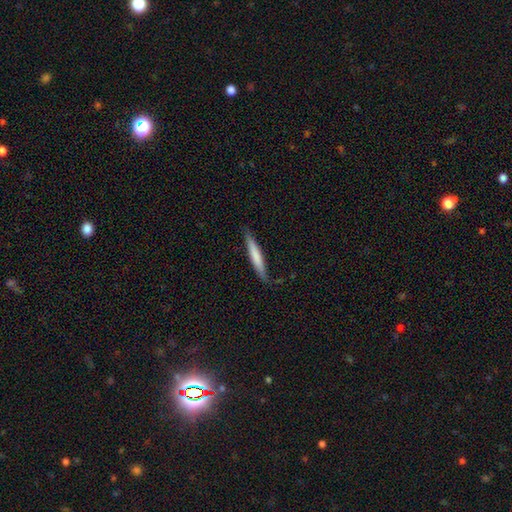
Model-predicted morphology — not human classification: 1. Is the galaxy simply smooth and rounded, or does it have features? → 69% smooth, 26% featured or disk, 5% star or artifact.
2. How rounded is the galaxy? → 94% cigar-shaped, 5% in between, 1% round.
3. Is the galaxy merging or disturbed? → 80% none, 16% minor disturbance, 3% major disturbance, 1% merger.